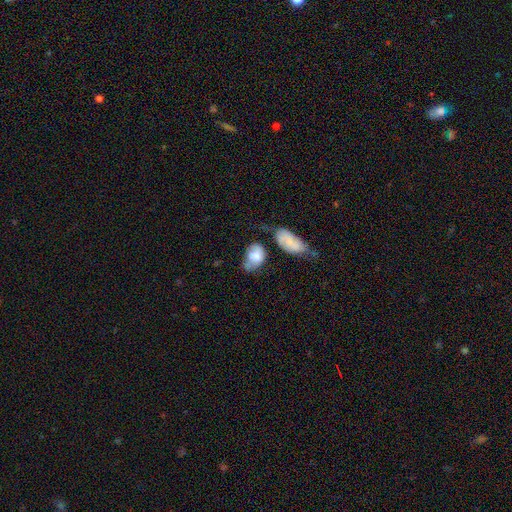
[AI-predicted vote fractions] smooth-or-featured: smooth: 66% | featured or disk: 26% | star or artifact: 7%
  how-rounded: in between: 82% | round: 16% | cigar-shaped: 2%
  merging: minor disturbance: 31% | none: 29% | merger: 21% | major disturbance: 19%